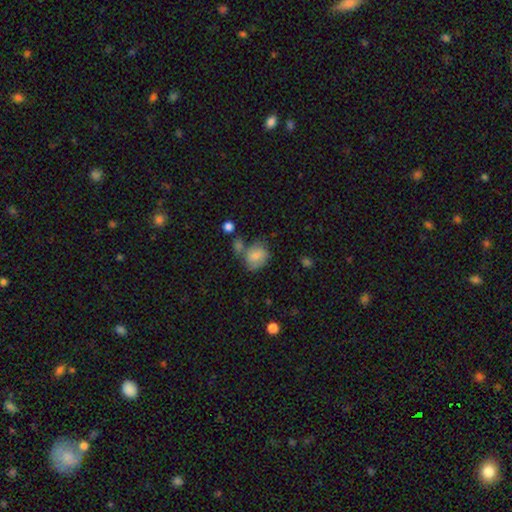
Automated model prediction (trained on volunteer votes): Q: Smooth or featured?
A: smooth (77%); runner-up: featured or disk (14%)
Q: How rounded?
A: round (58%); runner-up: in between (41%)
Q: Merging?
A: none (45%); runner-up: minor disturbance (23%)